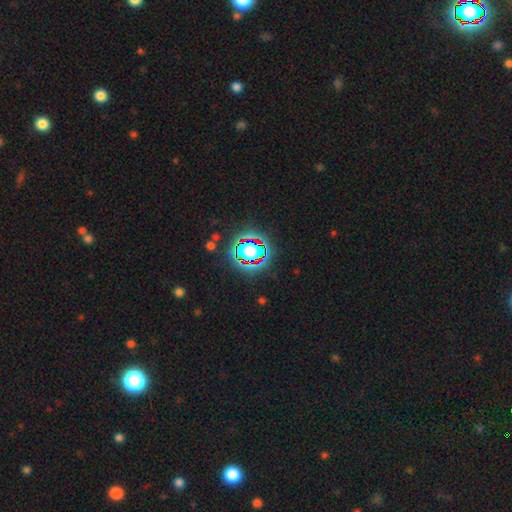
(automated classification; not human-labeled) Smooth or featured?
  - star or artifact: 78% *
  - smooth: 13%
  - featured or disk: 9%